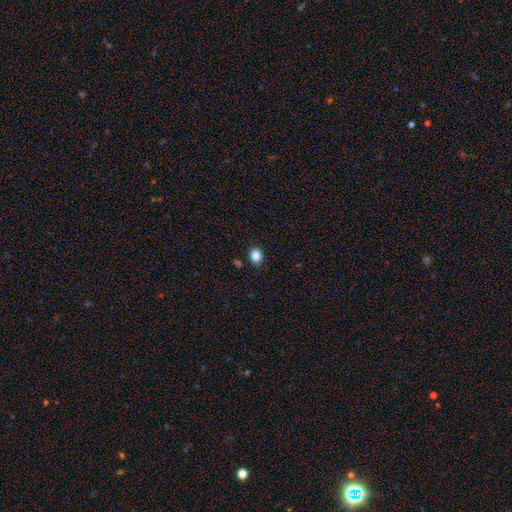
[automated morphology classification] Smooth or featured?
  - smooth: 84% *
  - star or artifact: 12%
  - featured or disk: 5%
How rounded?
  - round: 65% *
  - in between: 34%
  - cigar-shaped: 1%
Merging?
  - none: 88% *
  - minor disturbance: 8%
  - merger: 2%
  - major disturbance: 2%